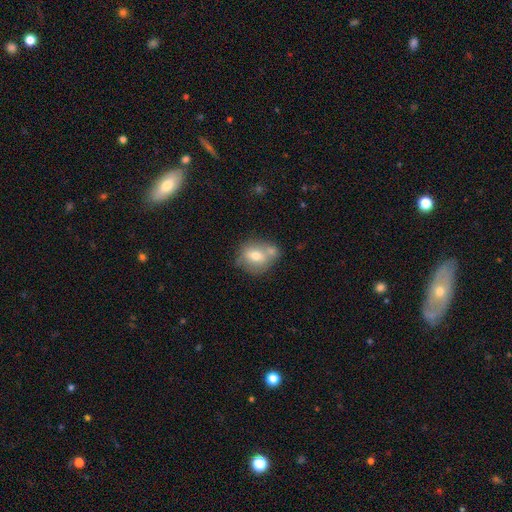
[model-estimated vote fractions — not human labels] This appears to be a smooth galaxy with no disk features (66%) that is round (67%). Merging: none (41%).